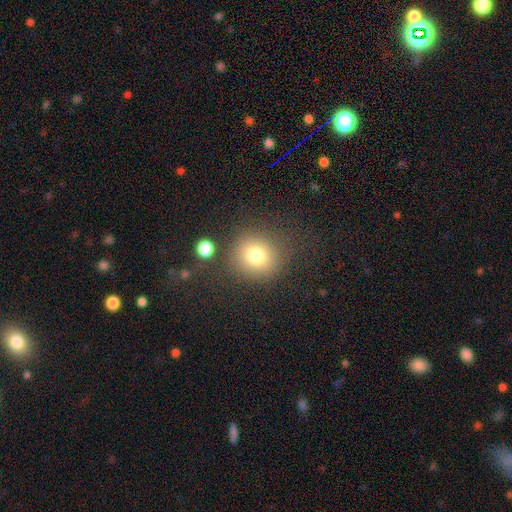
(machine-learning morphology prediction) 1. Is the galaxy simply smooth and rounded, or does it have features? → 76% smooth, 14% star or artifact, 10% featured or disk.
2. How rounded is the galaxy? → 90% round, 9% in between, 1% cigar-shaped.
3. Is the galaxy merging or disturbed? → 79% none, 10% minor disturbance, 6% major disturbance, 5% merger.